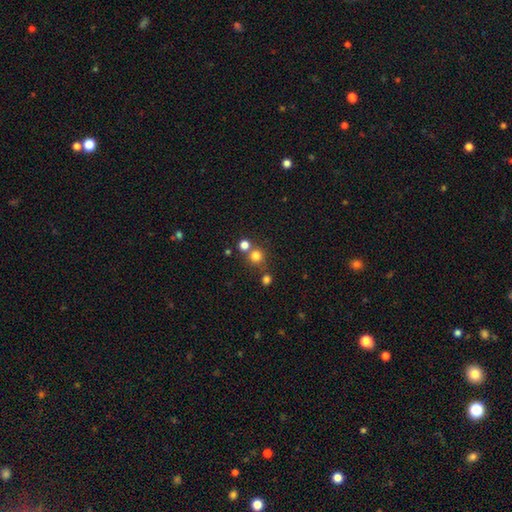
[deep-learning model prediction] Morphology: type=smooth (77%); roundness=round (92%); merging=none (68%).